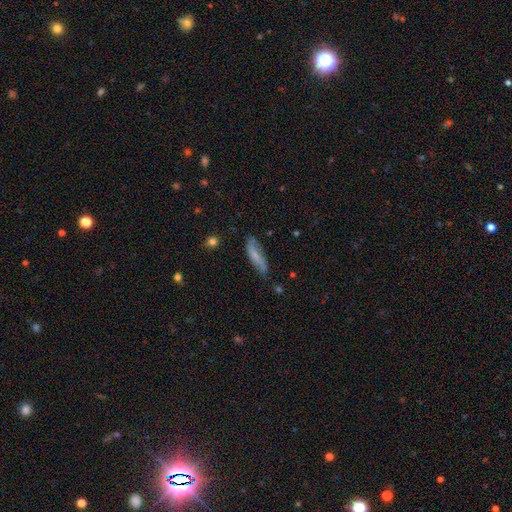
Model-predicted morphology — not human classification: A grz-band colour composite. It shows a smooth galaxy with no disk features (52%) that is cigar-shaped (61%). Merging: none (66%).